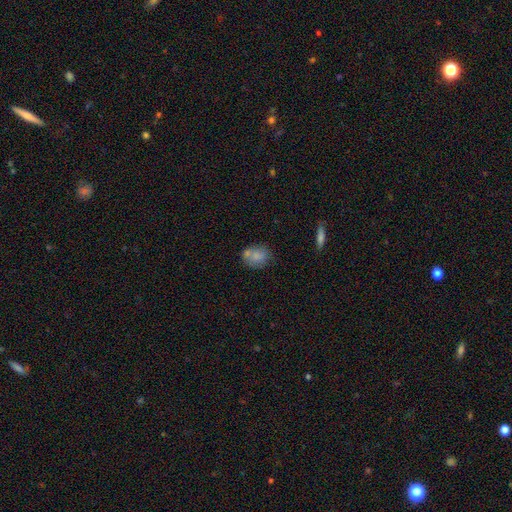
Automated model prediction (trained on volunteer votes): This appears to be a smooth galaxy with no disk features (77%) that is in between round and cigar-shaped (51%). Merging: none (51%).